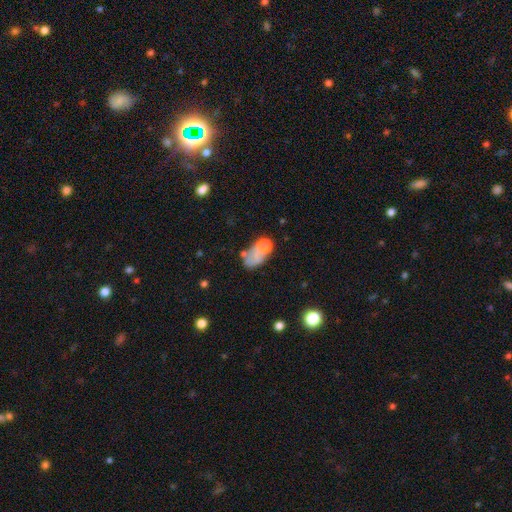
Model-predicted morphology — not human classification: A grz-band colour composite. It shows a smooth galaxy with no disk features (60%) that is in between round and cigar-shaped (82%). Merging: major disturbance (31%).